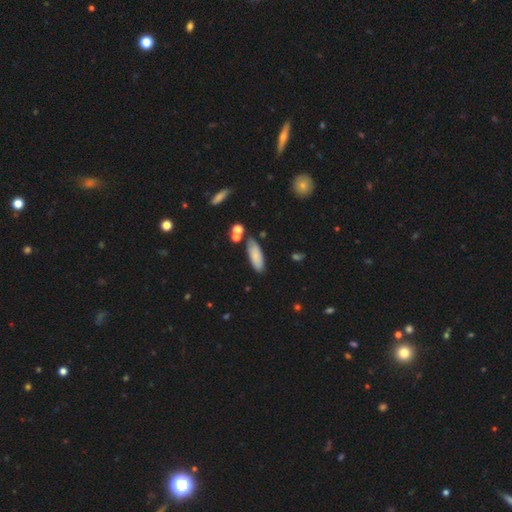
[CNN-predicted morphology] The model was most divided on "how rounded": in between: 60%, cigar-shaped: 38%, round: 2%. More confident: smooth or featured — smooth (82%); merging — none (77%).